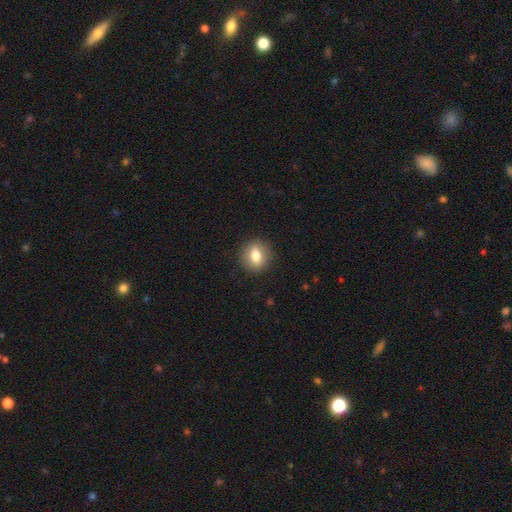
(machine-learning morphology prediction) A smooth galaxy with no disk features (76%) that is round (70%).

Vote fractions:
- Smooth or featured? smooth: 76% / featured or disk: 15% / star or artifact: 9%
- How rounded? round: 70% / in between: 28% / cigar-shaped: 1%
- Merging? none: 89% / minor disturbance: 8% / major disturbance: 2% / merger: 1%